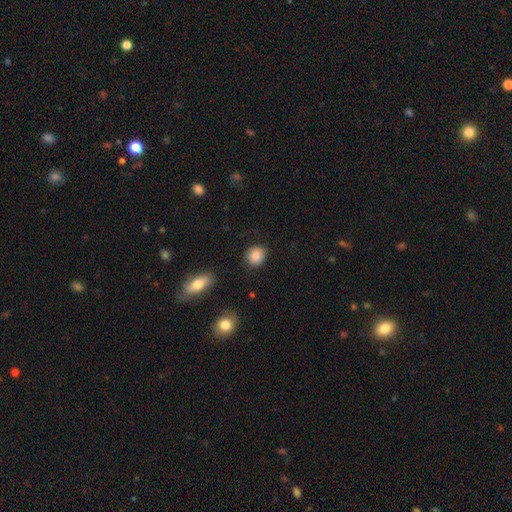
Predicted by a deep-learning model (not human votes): This is clearly a smooth galaxy (86%). How rounded: clearly round (84%). Merging: clearly none (87%).